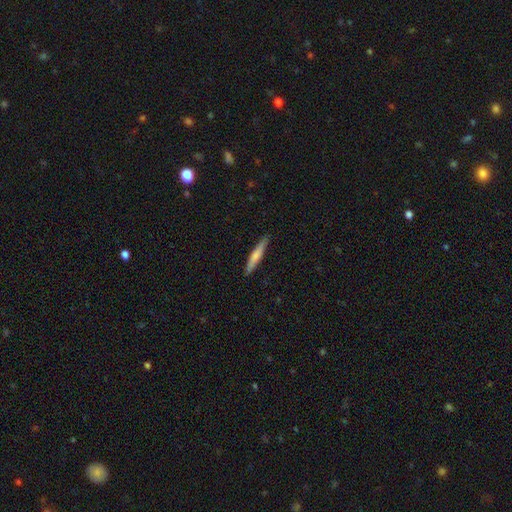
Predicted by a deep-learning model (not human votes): smooth_or_featured: smooth (p=0.62) [alt: featured or disk p=0.33]
how_rounded: cigar-shaped (p=0.93) [alt: in between p=0.06]
merging: none (p=0.90) [alt: minor disturbance p=0.07]